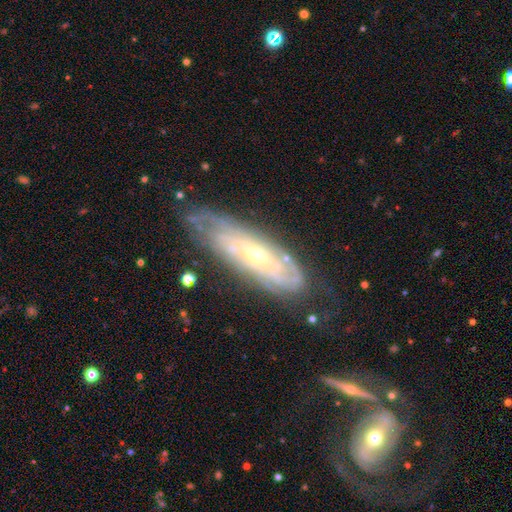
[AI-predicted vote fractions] Overall: featured or disk (78%). Edge-on disk: no (78%). Bar: no (57%; weak 32%). Spiral arms: yes (87%). Spiral arm count: can't tell (65%). Spiral winding: tight (73%). Bulge size: small (50%; moderate 45%). Merging: none (69%).